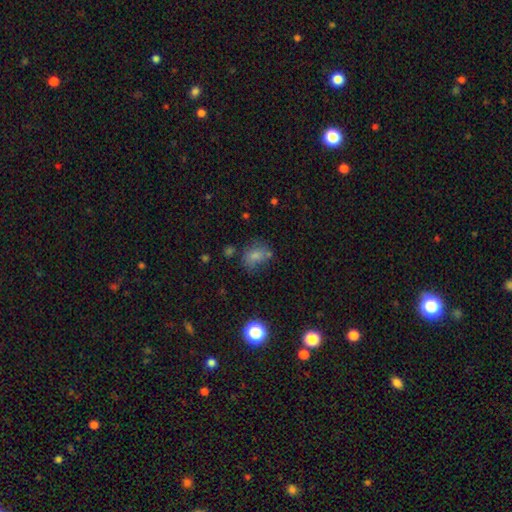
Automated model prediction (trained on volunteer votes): A smooth galaxy with no disk features (70%) that is in between round and cigar-shaped (61%).

Vote fractions:
- Smooth or featured? smooth: 70% / star or artifact: 16% / featured or disk: 15%
- How rounded? in between: 61% / round: 38% / cigar-shaped: 1%
- Merging? none: 50% / minor disturbance: 24% / major disturbance: 13% / merger: 13%